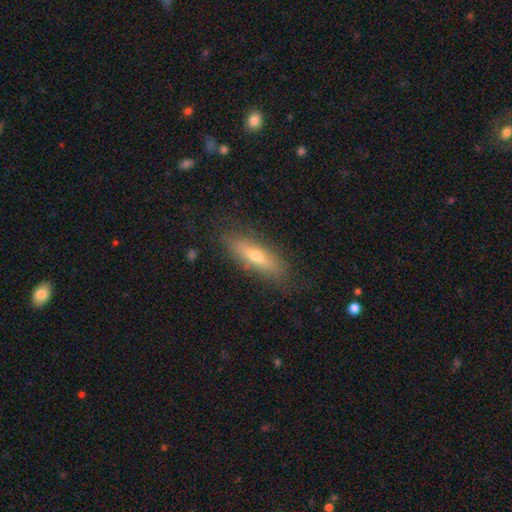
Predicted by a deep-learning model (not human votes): Smooth or featured? smooth (54%)
How rounded? cigar-shaped (64%)
Merging? none (84%)